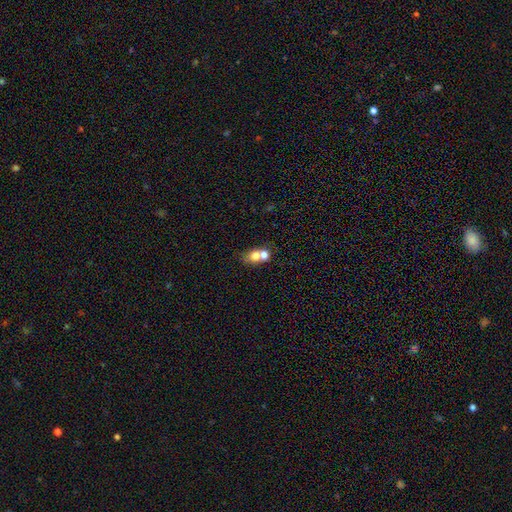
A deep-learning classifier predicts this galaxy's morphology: A smooth galaxy with no disk features (70%) that is round (54%). Merging: merger (59%).